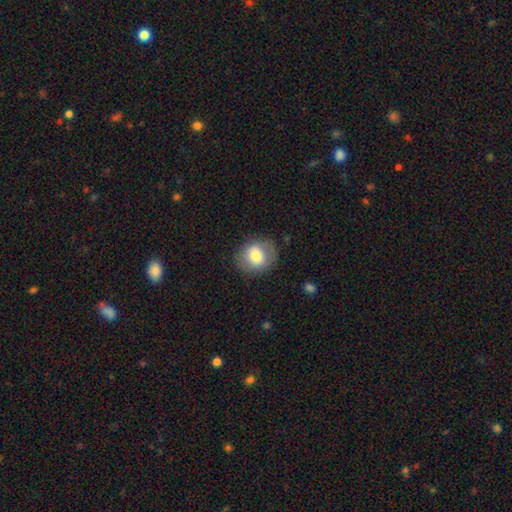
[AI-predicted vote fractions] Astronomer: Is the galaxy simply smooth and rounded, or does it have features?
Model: smooth — 71%.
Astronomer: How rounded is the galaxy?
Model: round — 69%.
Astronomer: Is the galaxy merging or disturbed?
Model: none — 80%.